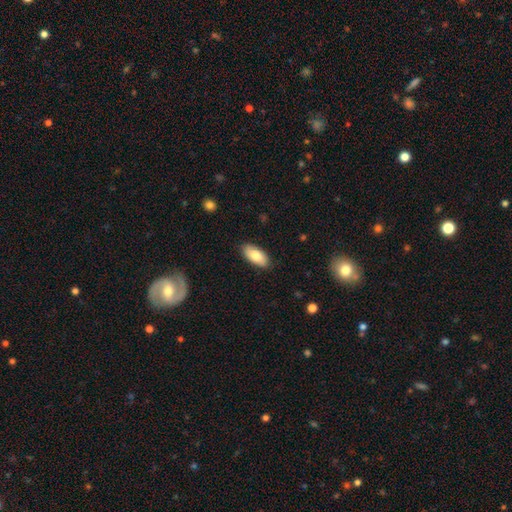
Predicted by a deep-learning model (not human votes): This appears to be a smooth galaxy with no disk features (81%) that is in between round and cigar-shaped (91%). Merging: none (86%).